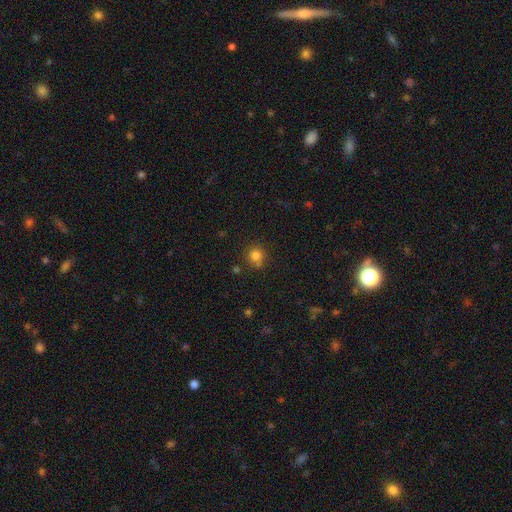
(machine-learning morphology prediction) smooth 80%, star or artifact 13%, featured or disk 6%. Down the decision tree: how rounded — round (89%); merging — none (70%).